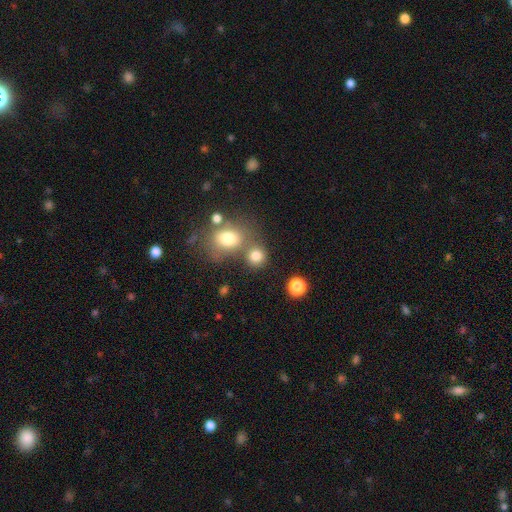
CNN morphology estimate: A smooth galaxy with no disk features (79%) that is round (81%).

Vote fractions:
- Smooth or featured? smooth: 79% / star or artifact: 13% / featured or disk: 8%
- How rounded? round: 81% / in between: 17% / cigar-shaped: 1%
- Merging? none: 57% / merger: 29% / minor disturbance: 9% / major disturbance: 5%